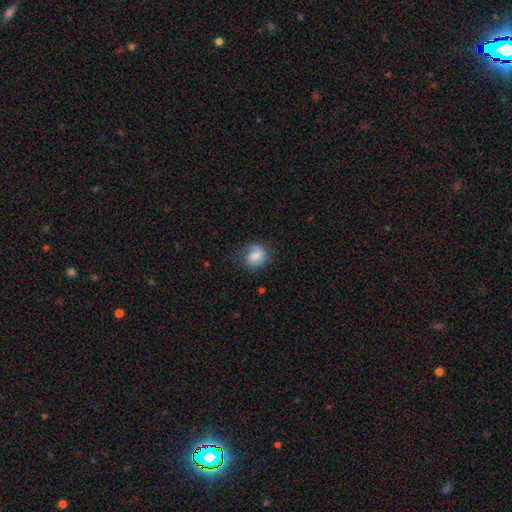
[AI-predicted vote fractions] smooth-or-featured: smooth: 58% | featured or disk: 33% | star or artifact: 8%
  how-rounded: round: 59% | in between: 39% | cigar-shaped: 1%
  merging: none: 64% | minor disturbance: 23% | major disturbance: 12% | merger: 1%